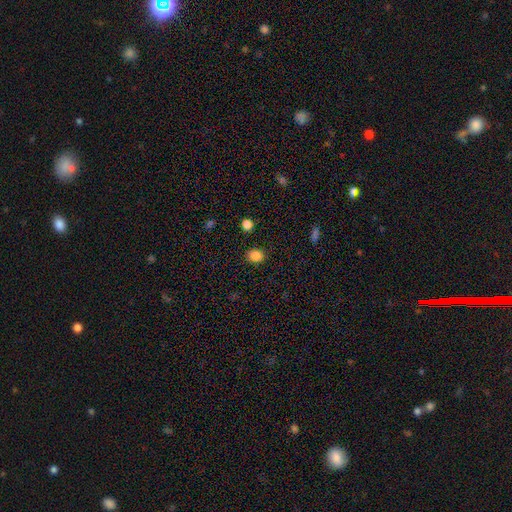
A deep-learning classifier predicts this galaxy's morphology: type=smooth (85%); roundness=round (67%); merging=none (88%).